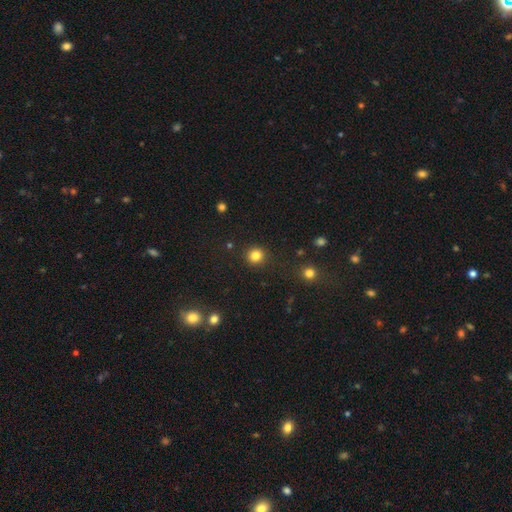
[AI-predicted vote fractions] A smooth galaxy with no disk features (83%) that is round (92%).

Vote fractions:
- Smooth or featured? smooth: 83% / star or artifact: 12% / featured or disk: 5%
- How rounded? round: 92% / in between: 7% / cigar-shaped: 1%
- Merging? none: 91% / minor disturbance: 6% / major disturbance: 2% / merger: 1%